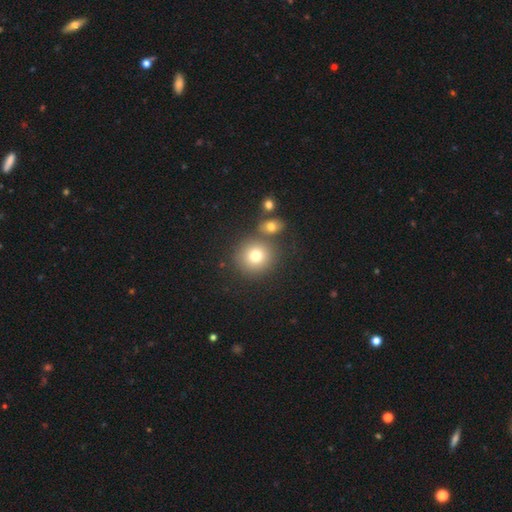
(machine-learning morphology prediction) This appears to be a smooth galaxy with no disk features (76%) that is round (91%). Merging: none (73%).